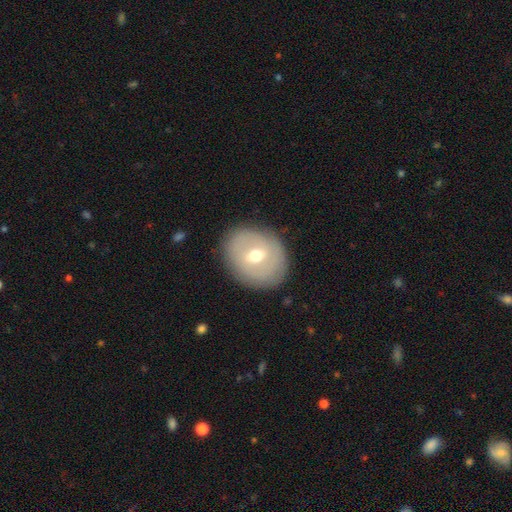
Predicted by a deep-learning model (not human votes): Morphology: type=smooth (48%); merging=none (84%).